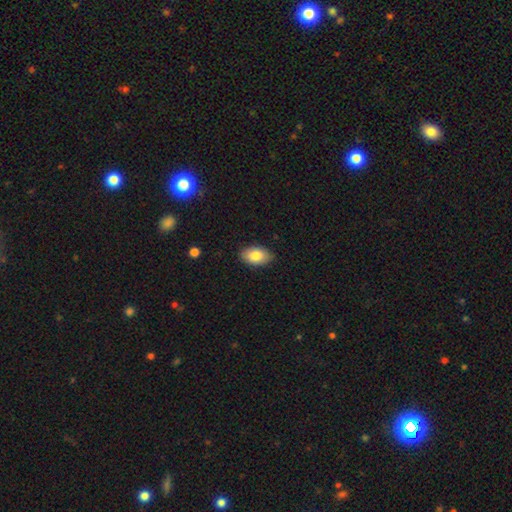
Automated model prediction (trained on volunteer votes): Smooth or featured? smooth (82%)
How rounded? in between (92%)
Merging? none (85%)